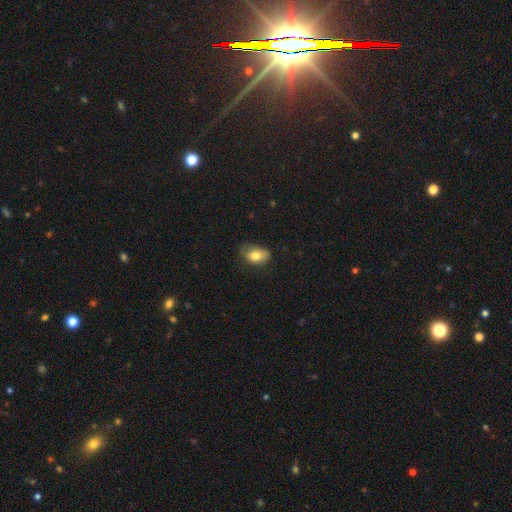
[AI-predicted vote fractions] Q: Smooth or featured?
A: smooth (77%); runner-up: featured or disk (15%)
Q: How rounded?
A: in between (84%); runner-up: round (14%)
Q: Merging?
A: none (48%); runner-up: minor disturbance (37%)